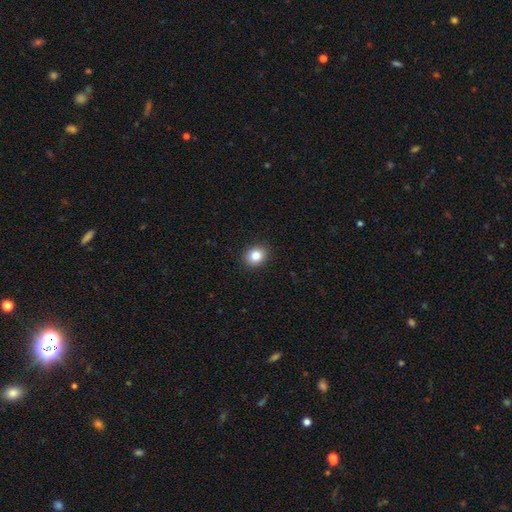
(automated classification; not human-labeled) smooth-or-featured: smooth: 84% | star or artifact: 10% | featured or disk: 6%
  how-rounded: round: 70% | in between: 30% | cigar-shaped: 1%
  merging: none: 91% | minor disturbance: 6% | major disturbance: 2% | merger: 1%